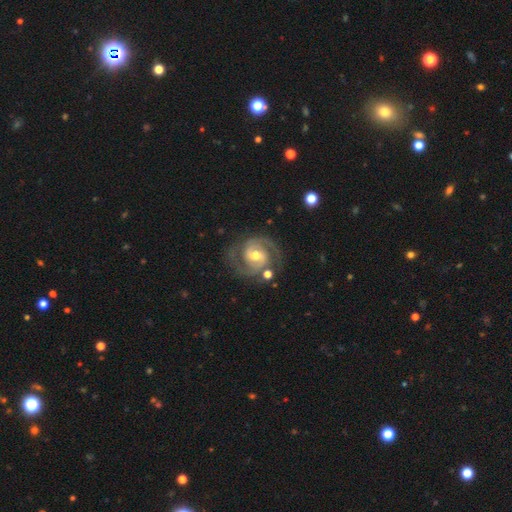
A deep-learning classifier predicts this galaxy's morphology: The model was most divided on "spiral winding": medium: 47%, tight: 46%, loose: 7%. Remaining: edge-on disk — no (98%); spiral arms — yes (98%); smooth or featured — featured or disk (90%); spiral arm count — 2 (88%); merging — none (75%); bulge size — moderate (67%); bar — weak (47%).